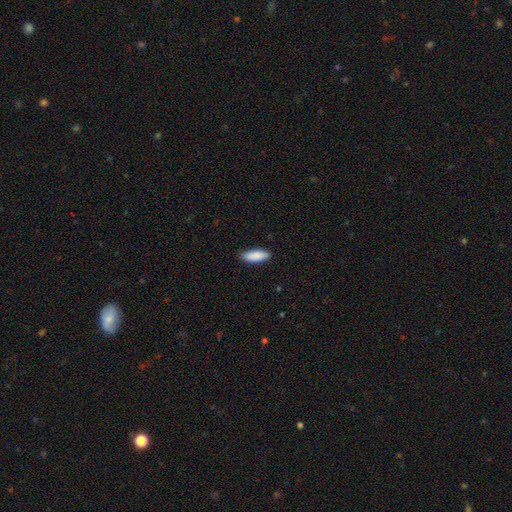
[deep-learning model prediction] Overall: smooth (89%). How rounded: in between (64%; cigar-shaped 35%). Merging: none (89%).